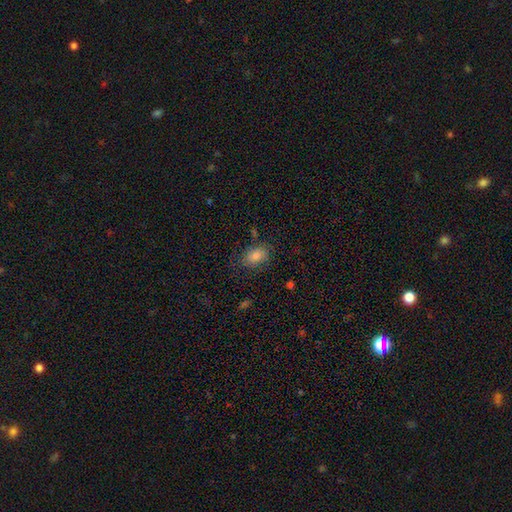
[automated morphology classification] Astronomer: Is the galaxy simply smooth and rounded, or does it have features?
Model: smooth — 77%.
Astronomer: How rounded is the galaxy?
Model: in between — 75%.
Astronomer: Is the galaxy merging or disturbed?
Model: none — 77%.